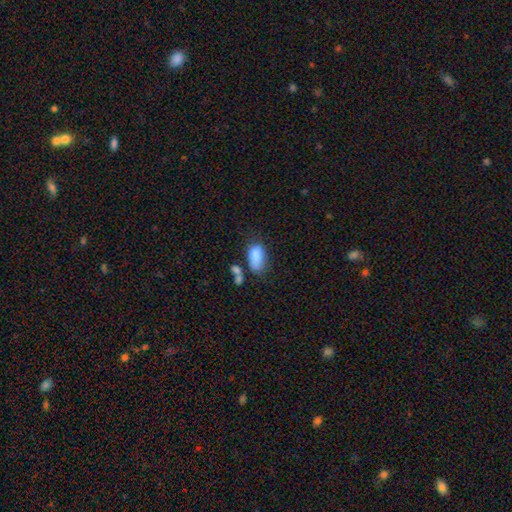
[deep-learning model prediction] Smooth or featured?
  - smooth: 82% *
  - featured or disk: 9%
  - star or artifact: 9%
How rounded?
  - in between: 90% *
  - round: 6%
  - cigar-shaped: 4%
Merging?
  - none: 39% *
  - minor disturbance: 26%
  - merger: 21%
  - major disturbance: 14%